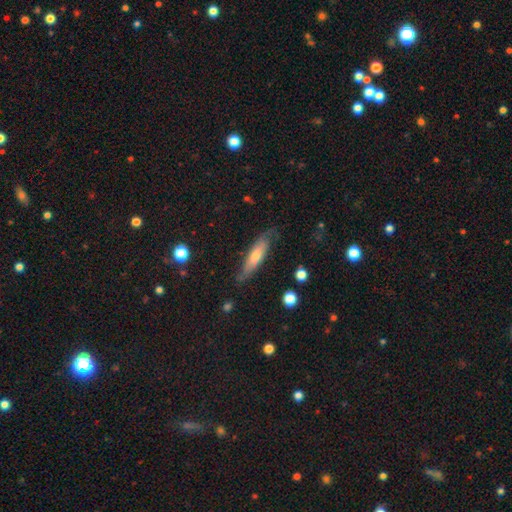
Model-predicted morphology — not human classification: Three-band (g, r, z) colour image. It shows a smooth galaxy with no disk features (52%) that is cigar-shaped (71%). Merging: none (73%).